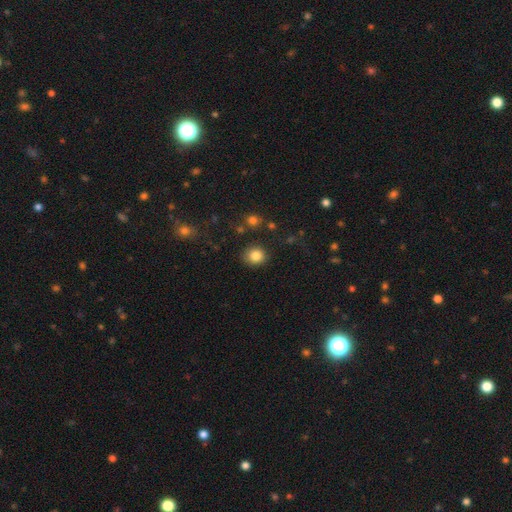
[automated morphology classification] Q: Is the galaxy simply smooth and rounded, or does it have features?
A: smooth — 84%.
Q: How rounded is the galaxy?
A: round — 75%.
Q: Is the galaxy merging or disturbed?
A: none — 85%.